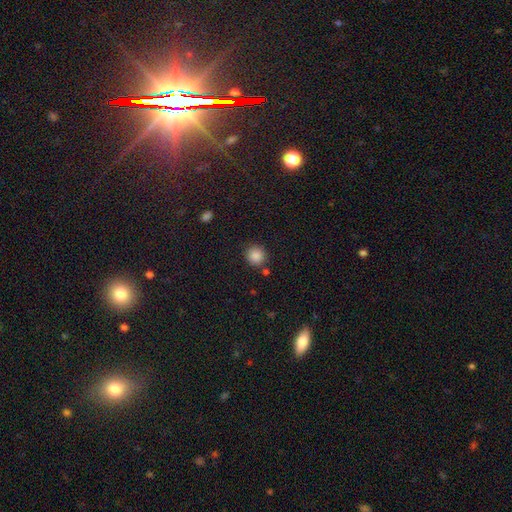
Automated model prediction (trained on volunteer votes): A smooth galaxy with no disk features (87%) that is round (90%). Merging: none (85%).